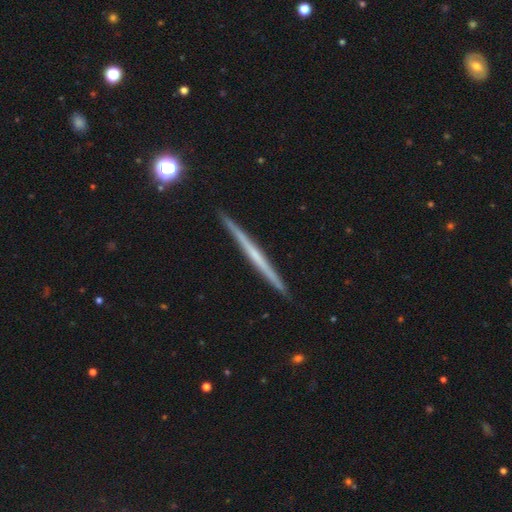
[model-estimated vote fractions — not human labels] featured or disk 67%, smooth 28%, star or artifact 6%. Down the decision tree: edge-on disk — yes (98%); edge-on bulge — none (80%); merging — none (92%).